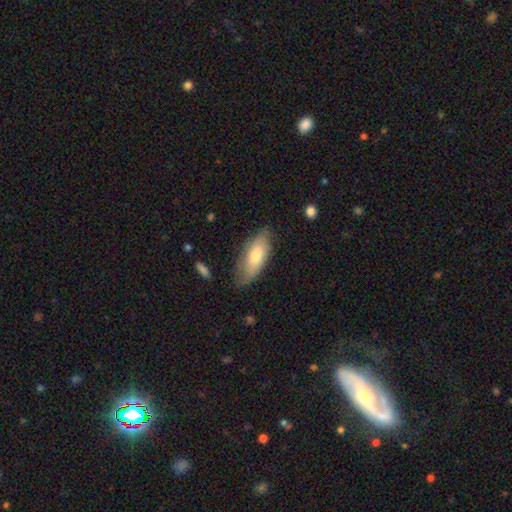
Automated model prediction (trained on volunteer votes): Smooth or featured?
  - smooth: 68% *
  - featured or disk: 26%
  - star or artifact: 6%
How rounded?
  - in between: 78% *
  - cigar-shaped: 20%
  - round: 2%
Merging?
  - none: 70% *
  - minor disturbance: 23%
  - major disturbance: 5%
  - merger: 2%